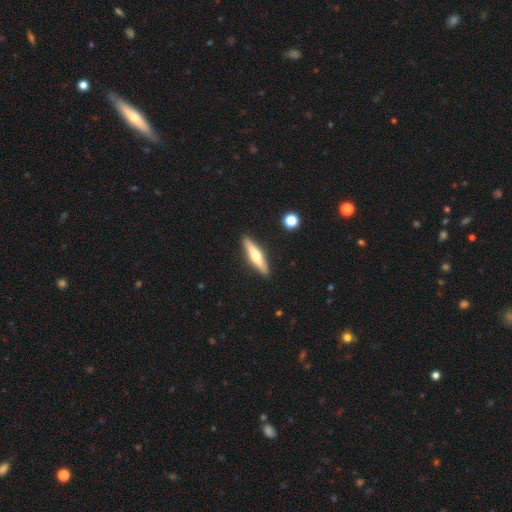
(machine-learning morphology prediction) smooth_or_featured: featured or disk (p=0.50) [alt: smooth p=0.44]
merging: none (p=0.90) [alt: minor disturbance p=0.07]